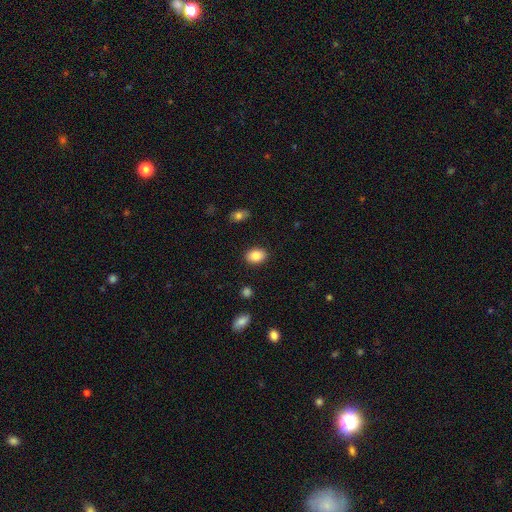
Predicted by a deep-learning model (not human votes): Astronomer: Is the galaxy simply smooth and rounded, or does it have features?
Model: smooth — 87%.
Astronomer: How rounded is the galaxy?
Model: in between — 78%.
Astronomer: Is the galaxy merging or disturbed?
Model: none — 88%.